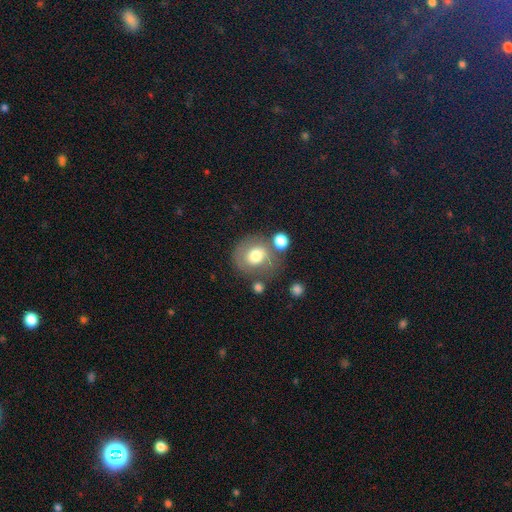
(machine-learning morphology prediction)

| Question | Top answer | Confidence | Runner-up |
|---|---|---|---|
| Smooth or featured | smooth | 65% | featured or disk (26%) |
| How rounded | round | 79% | in between (20%) |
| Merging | none | 58% | minor disturbance (18%) |